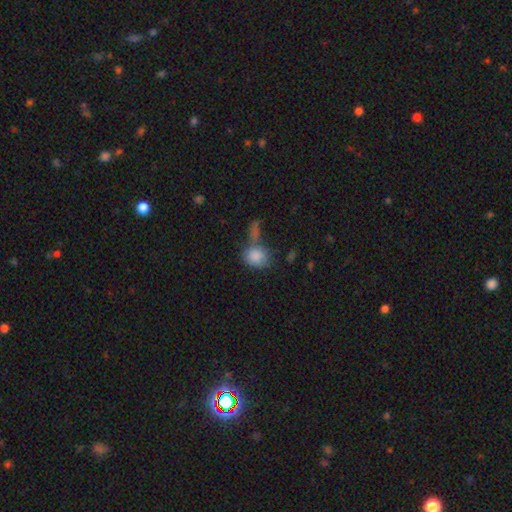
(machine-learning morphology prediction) Q: Smooth or featured?
A: smooth (84%); runner-up: star or artifact (8%)
Q: How rounded?
A: round (54%); runner-up: in between (45%)
Q: Merging?
A: none (40%); runner-up: merger (32%)